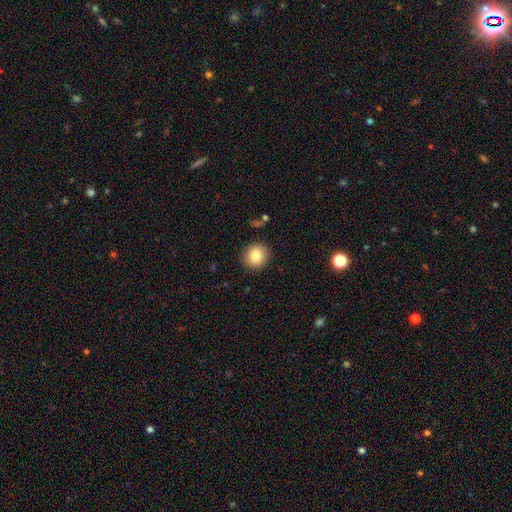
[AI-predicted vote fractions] A smooth galaxy with no disk features (83%) that is round (85%).

Vote fractions:
- Smooth or featured? smooth: 83% / star or artifact: 9% / featured or disk: 8%
- How rounded? round: 85% / in between: 14% / cigar-shaped: 1%
- Merging? none: 90% / minor disturbance: 7% / major disturbance: 2% / merger: 1%